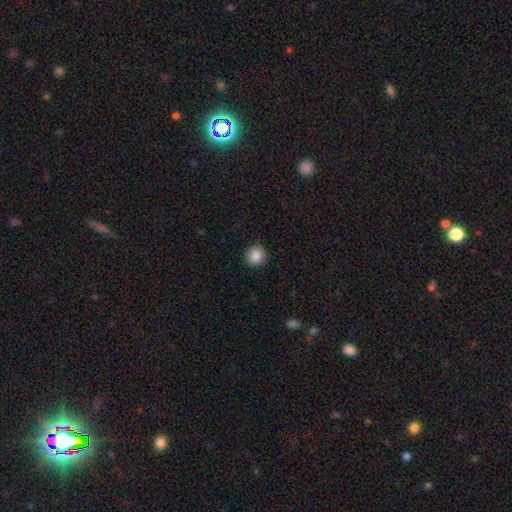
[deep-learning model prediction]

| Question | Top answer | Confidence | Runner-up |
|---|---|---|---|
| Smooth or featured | smooth | 87% | star or artifact (9%) |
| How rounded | round | 89% | in between (10%) |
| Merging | none | 90% | minor disturbance (7%) |